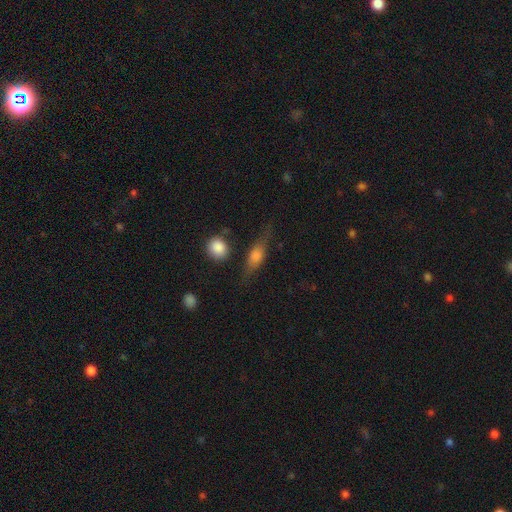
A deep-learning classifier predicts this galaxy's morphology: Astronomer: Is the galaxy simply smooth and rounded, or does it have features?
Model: featured or disk — 46% (runner-up: smooth, 45%).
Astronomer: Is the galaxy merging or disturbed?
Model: none — 70%.